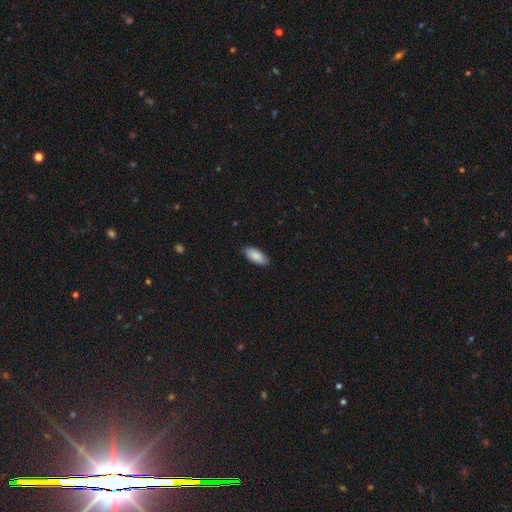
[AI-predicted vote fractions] Smooth or featured: smooth — 87% (featured or disk — 7%)
How rounded: in between — 86% (cigar-shaped — 12%)
Merging: none — 88% (minor disturbance — 10%)